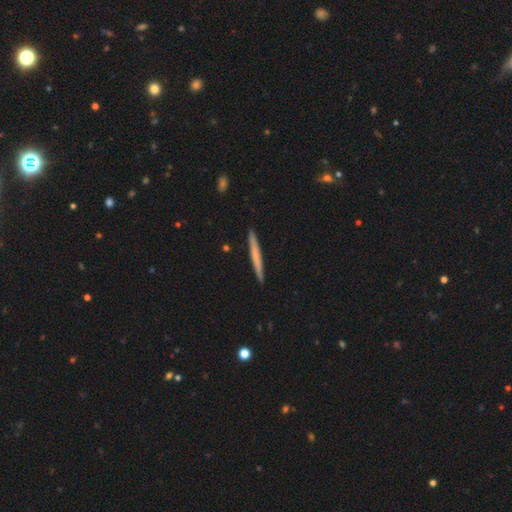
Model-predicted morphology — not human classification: smooth-or-featured: smooth: 57% | featured or disk: 38% | star or artifact: 5%
  how-rounded: cigar-shaped: 97% | in between: 2% | round: 1%
  merging: none: 93% | minor disturbance: 5% | major disturbance: 1% | merger: 1%